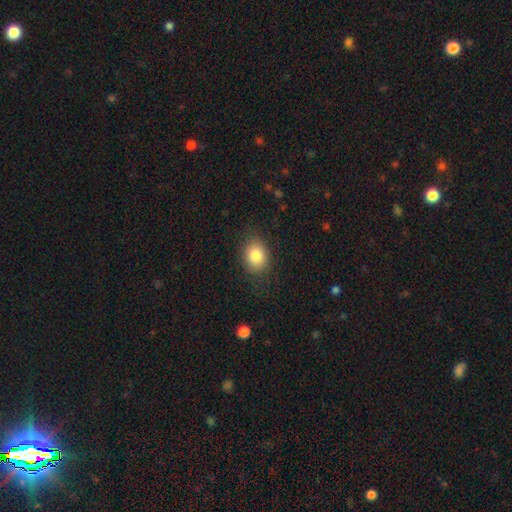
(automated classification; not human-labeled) A smooth galaxy with no disk features (84%) that is in between round and cigar-shaped (58%).

Vote fractions:
- Smooth or featured? smooth: 84% / star or artifact: 9% / featured or disk: 7%
- How rounded? in between: 58% / round: 41% / cigar-shaped: 1%
- Merging? none: 83% / minor disturbance: 12% / major disturbance: 4% / merger: 1%